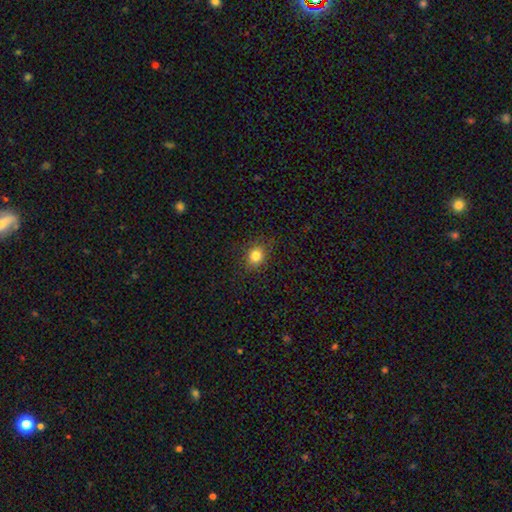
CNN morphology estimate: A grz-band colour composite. It shows a smooth galaxy with no disk features (82%) that is round (69%). Merging: none (87%).